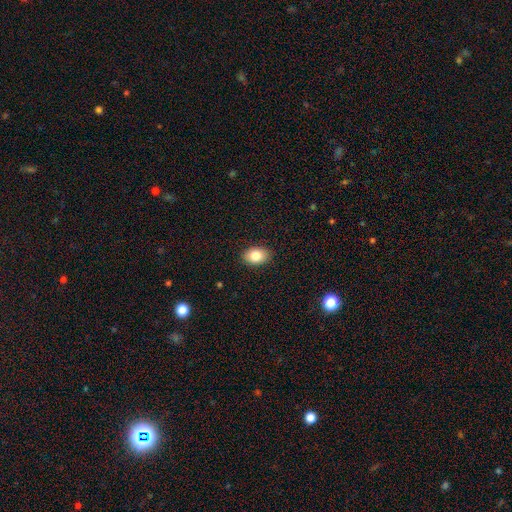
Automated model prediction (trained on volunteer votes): smooth 83%, featured or disk 9%, star or artifact 8%. Down the decision tree: how rounded — in between (80%); merging — none (88%).